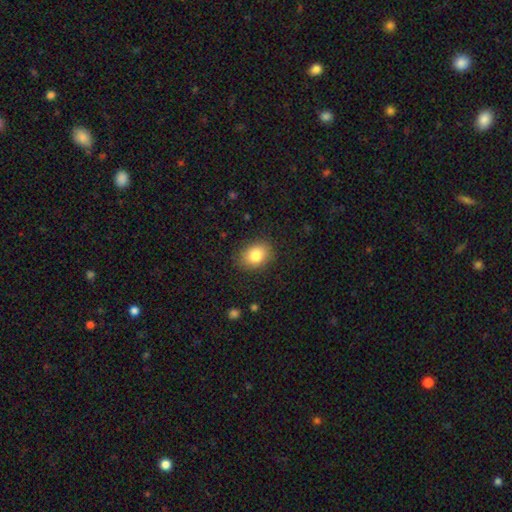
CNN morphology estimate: Overall: smooth (83%). How rounded: in between (62%; round 37%). Merging: none (85%).